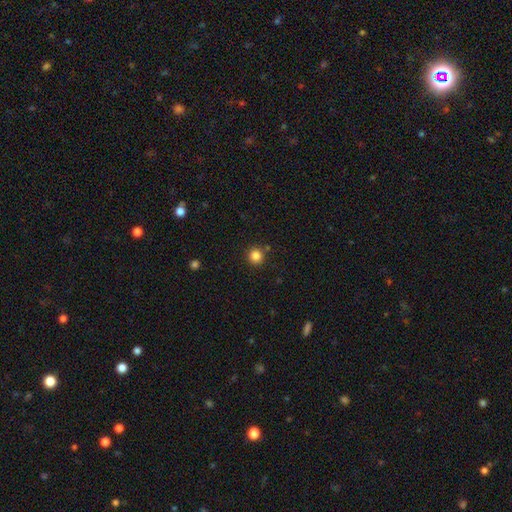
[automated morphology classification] The model was most divided on "smooth or featured": smooth: 84%, star or artifact: 12%, featured or disk: 4%. More confident: how rounded — round (93%); merging — none (86%).